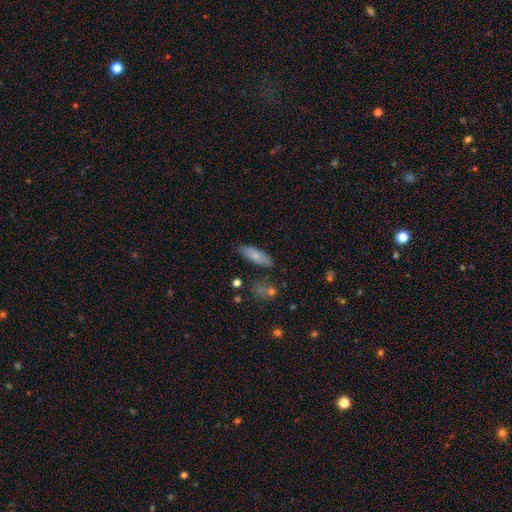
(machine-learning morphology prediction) Smooth or featured?
  - smooth: 78% *
  - featured or disk: 15%
  - star or artifact: 7%
How rounded?
  - cigar-shaped: 52% *
  - in between: 46%
  - round: 2%
Merging?
  - none: 80% *
  - minor disturbance: 14%
  - merger: 4%
  - major disturbance: 3%